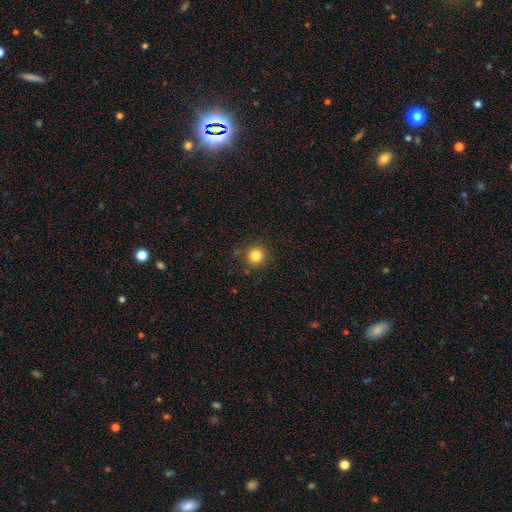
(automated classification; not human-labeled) The model was most divided on "smooth or featured": smooth: 83%, star or artifact: 12%, featured or disk: 5%. More confident: how rounded — round (94%); merging — none (87%).